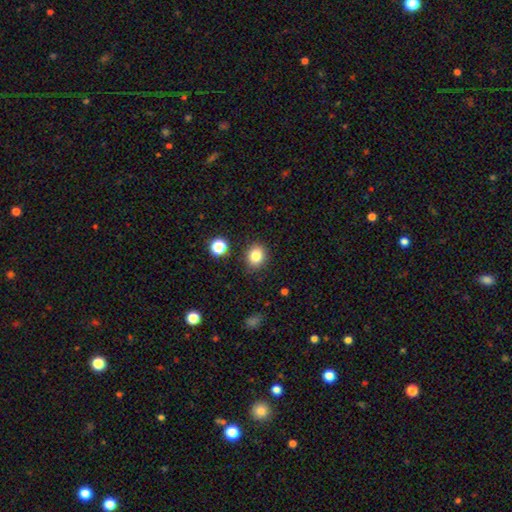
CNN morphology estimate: Q: Smooth or featured?
A: smooth (82%); runner-up: star or artifact (12%)
Q: How rounded?
A: round (70%); runner-up: in between (30%)
Q: Merging?
A: none (87%); runner-up: minor disturbance (8%)